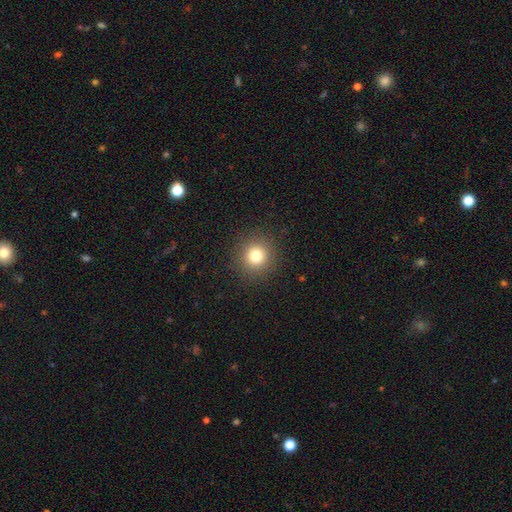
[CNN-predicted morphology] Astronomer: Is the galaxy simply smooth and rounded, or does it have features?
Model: smooth — 78%.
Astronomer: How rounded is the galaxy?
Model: round — 92%.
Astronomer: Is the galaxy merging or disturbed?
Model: none — 91%.